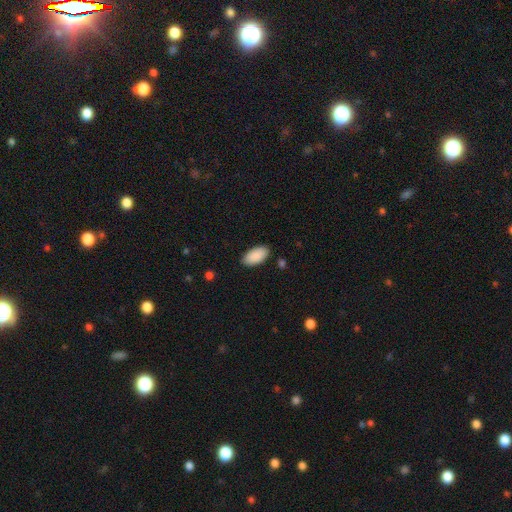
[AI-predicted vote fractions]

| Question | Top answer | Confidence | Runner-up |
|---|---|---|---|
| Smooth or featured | smooth | 91% | star or artifact (6%) |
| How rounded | in between | 95% | cigar-shaped (3%) |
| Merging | none | 88% | minor disturbance (9%) |